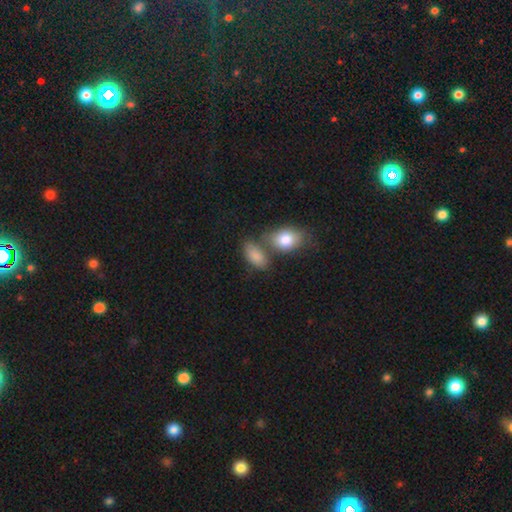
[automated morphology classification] This appears to be a smooth galaxy with no disk features (84%) that is in between round and cigar-shaped (90%). Merging: none (48%).